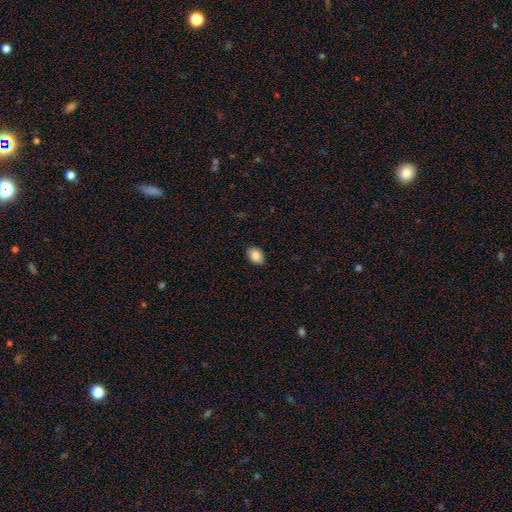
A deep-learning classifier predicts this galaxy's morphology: A smooth galaxy with no disk features (86%) that is in between round and cigar-shaped (80%).

Vote fractions:
- Smooth or featured? smooth: 86% / star or artifact: 8% / featured or disk: 6%
- How rounded? in between: 80% / round: 19% / cigar-shaped: 1%
- Merging? none: 86% / minor disturbance: 11% / major disturbance: 2% / merger: 1%